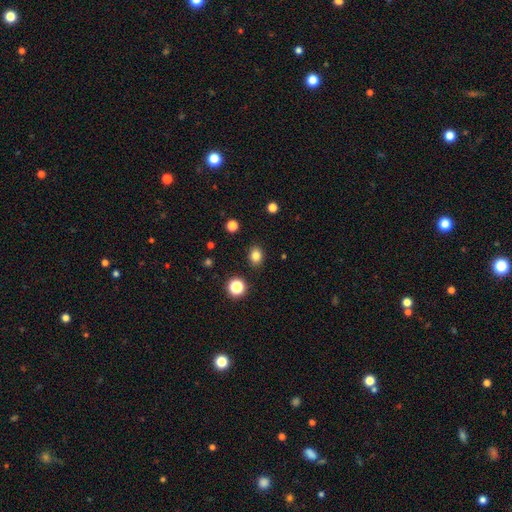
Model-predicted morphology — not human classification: Smooth or featured? smooth (82%)
How rounded? round (50%, tied with in between)
Merging? none (88%)